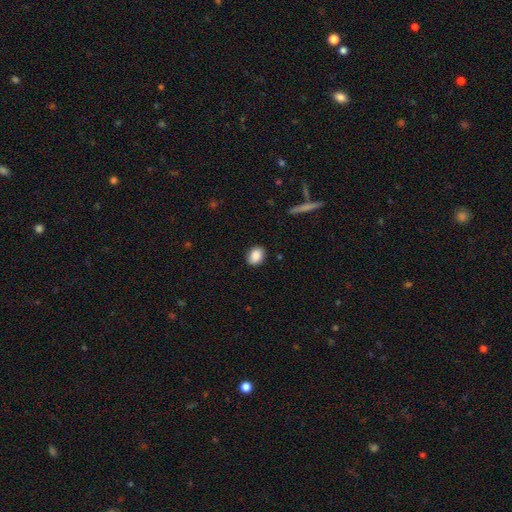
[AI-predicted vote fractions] Morphology: type=smooth (88%); roundness=in between (65%); merging=none (88%).